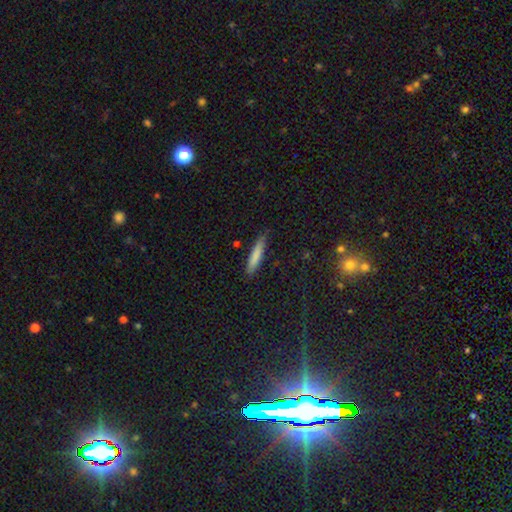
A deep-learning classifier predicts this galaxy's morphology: This appears to be a smooth galaxy with no disk features (80%) that is cigar-shaped (89%). Merging: none (85%).